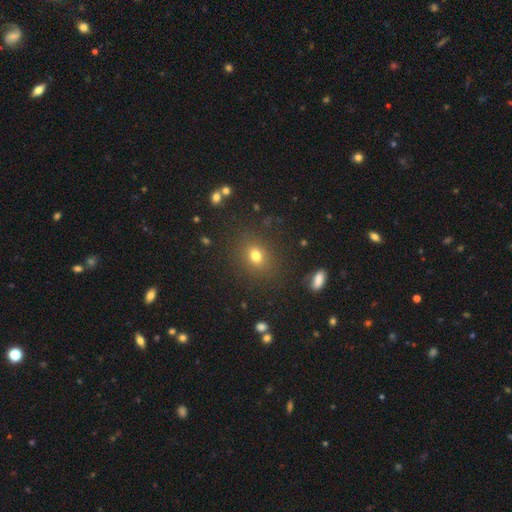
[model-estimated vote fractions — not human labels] Q: Smooth or featured?
A: smooth (76%); runner-up: star or artifact (16%)
Q: How rounded?
A: round (54%); runner-up: in between (44%)
Q: Merging?
A: none (84%); runner-up: minor disturbance (10%)